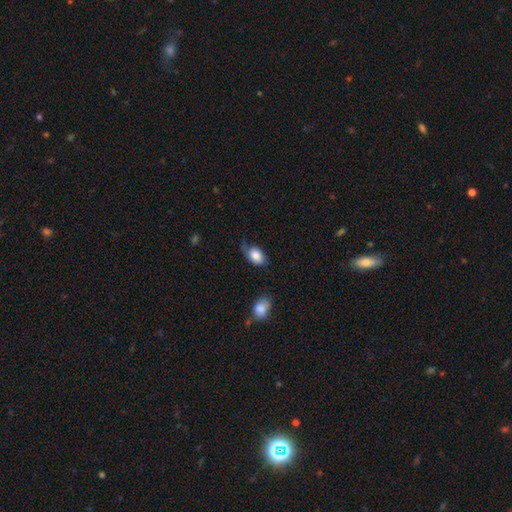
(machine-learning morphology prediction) This is clearly a smooth galaxy (84%). How rounded: clearly in between (82%). Merging: possibly none (50%).